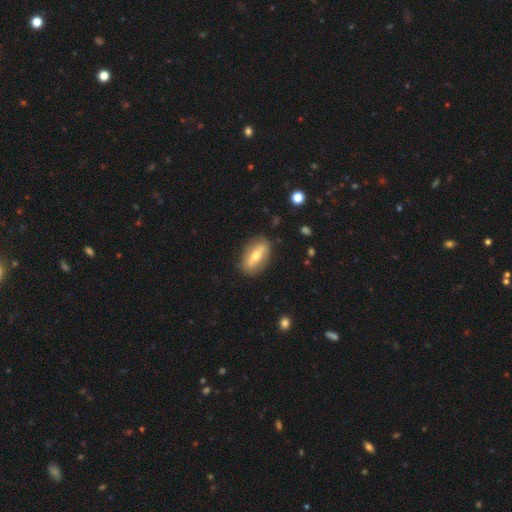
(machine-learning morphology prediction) smooth 47%, featured or disk 46%, star or artifact 7%. Down the decision tree: merging — none (84%).